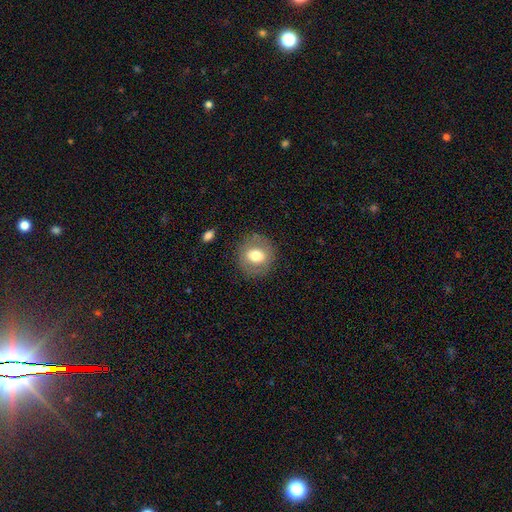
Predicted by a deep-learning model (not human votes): smooth_or_featured: smooth (p=0.67) [alt: featured or disk p=0.24]
how_rounded: round (p=0.79) [alt: in between p=0.20]
merging: none (p=0.84) [alt: minor disturbance p=0.10]